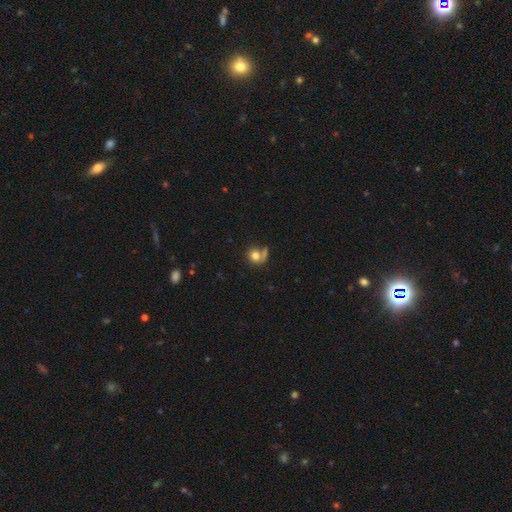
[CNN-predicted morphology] Overall: smooth (77%). How rounded: round (79%). Merging: none (51%; merger 26%).